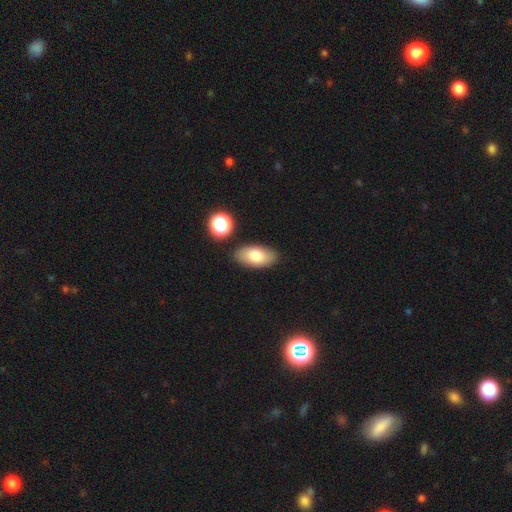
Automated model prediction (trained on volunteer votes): This appears to be a smooth galaxy with no disk features (78%) that is in between round and cigar-shaped (92%). Merging: none (83%).